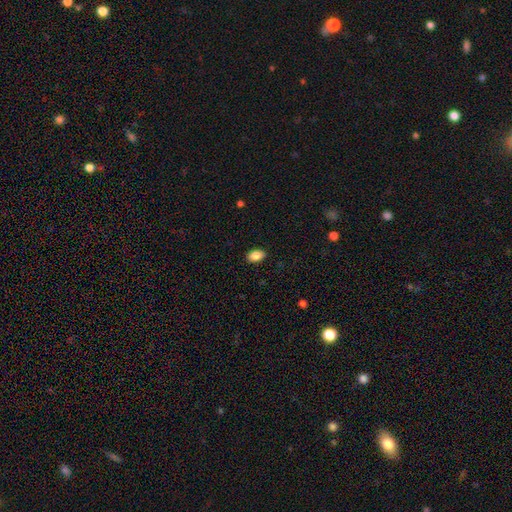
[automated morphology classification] Smooth or featured: smooth — 86% (star or artifact — 8%)
How rounded: in between — 90% (round — 8%)
Merging: none — 89% (minor disturbance — 8%)